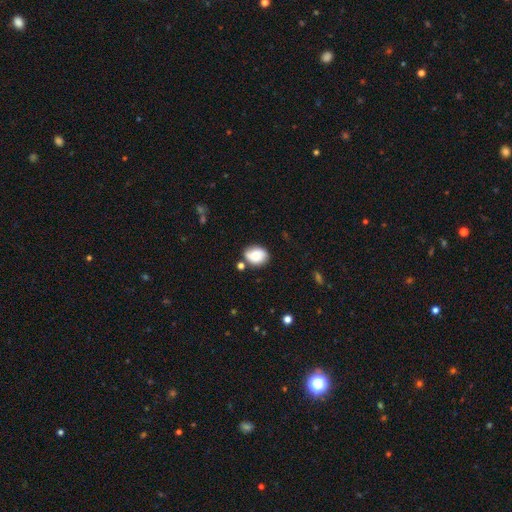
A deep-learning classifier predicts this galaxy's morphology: Smooth or featured: smooth — 74% (featured or disk — 17%)
How rounded: in between — 60% (round — 39%)
Merging: none — 68% (minor disturbance — 20%)